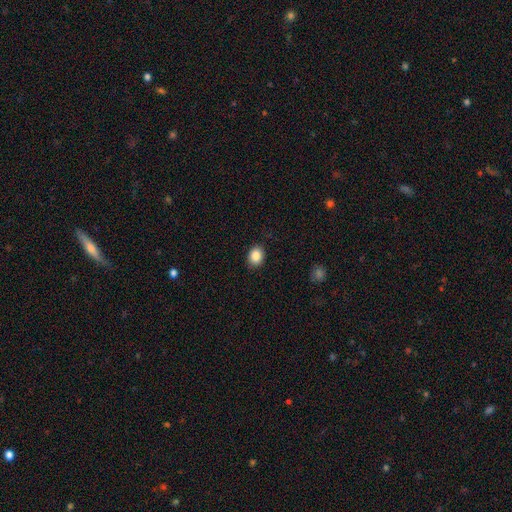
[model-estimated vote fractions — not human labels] Morphology: type=smooth (86%); roundness=in between (53%); merging=none (89%).